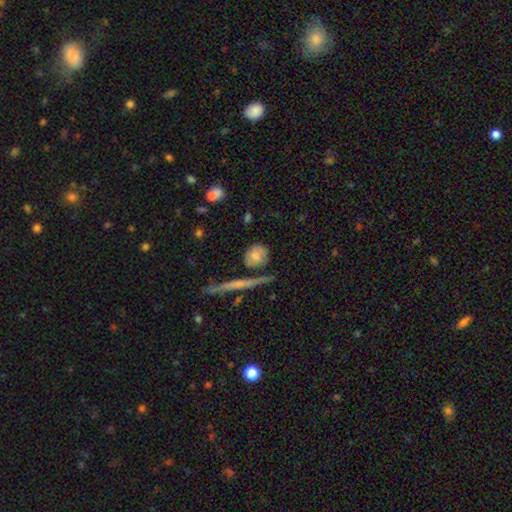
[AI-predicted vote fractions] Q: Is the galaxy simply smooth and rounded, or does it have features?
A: smooth — 67%.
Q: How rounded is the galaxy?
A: round — 69%.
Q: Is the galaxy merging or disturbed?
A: none — 62%.